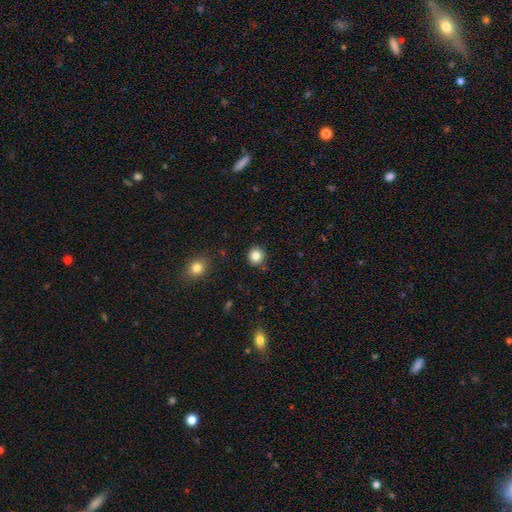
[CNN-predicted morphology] Smooth or featured: smooth — 83% (star or artifact — 11%)
How rounded: round — 92% (in between — 7%)
Merging: none — 89% (minor disturbance — 7%)